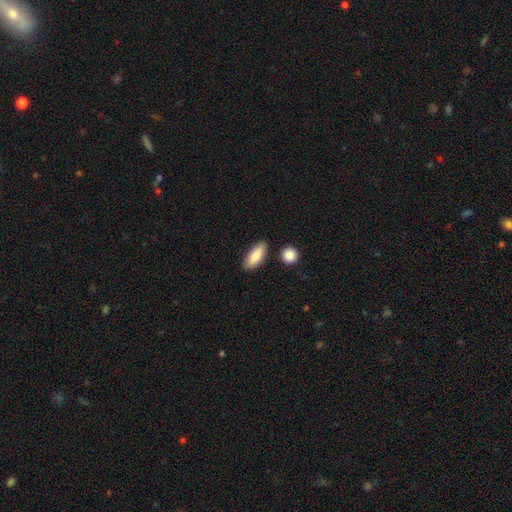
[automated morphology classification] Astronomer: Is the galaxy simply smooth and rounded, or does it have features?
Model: smooth — 83%.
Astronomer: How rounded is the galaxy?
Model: in between — 77%.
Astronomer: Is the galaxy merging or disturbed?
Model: none — 82%.